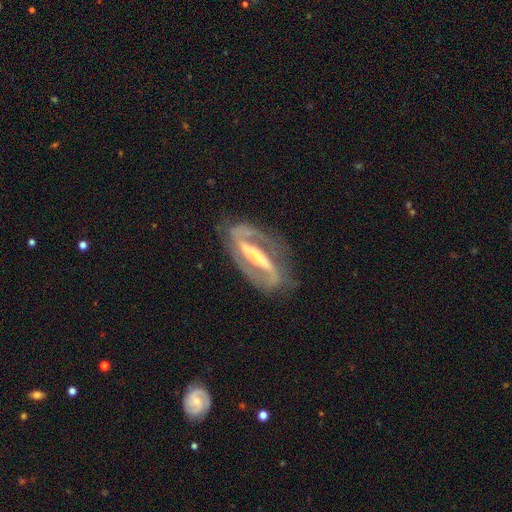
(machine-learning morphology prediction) type=featured or disk (89%); edge-on=no (91%); bar=strong (78%); spiral arms=yes (92%); winding=medium (50%); arm count=2 (91%); bulge=small (54%); merging=none (76%).